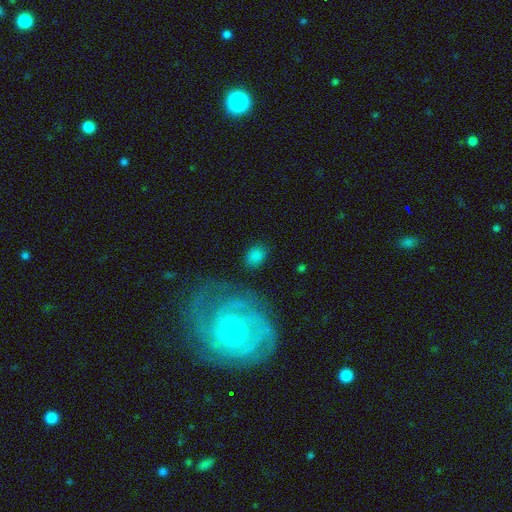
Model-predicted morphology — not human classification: Q: Smooth or featured?
A: smooth (81%); runner-up: star or artifact (10%)
Q: How rounded?
A: in between (60%); runner-up: round (39%)
Q: Merging?
A: none (80%); runner-up: minor disturbance (12%)